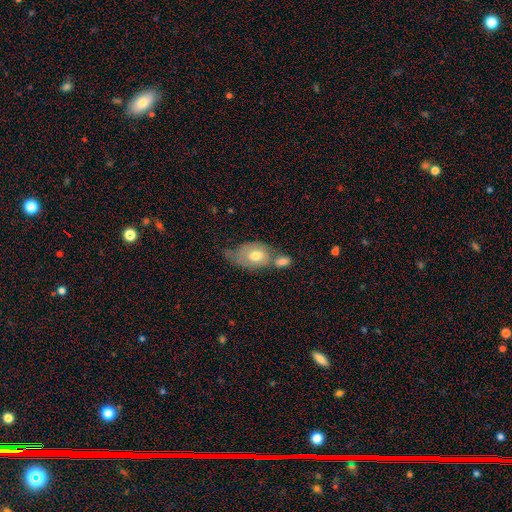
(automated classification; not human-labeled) Overall: smooth (65%; featured or disk 28%). How rounded: in between (79%). Merging: merger (44%; none 24%).